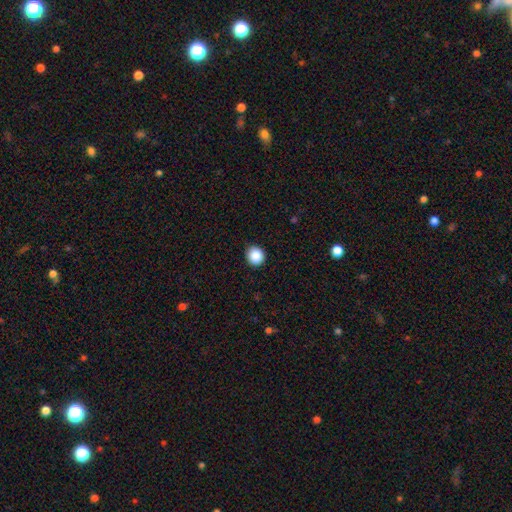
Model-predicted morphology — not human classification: The model was most divided on "smooth or featured": smooth: 88%, star or artifact: 9%, featured or disk: 3%. More confident: merging — none (90%); how rounded — round (89%).